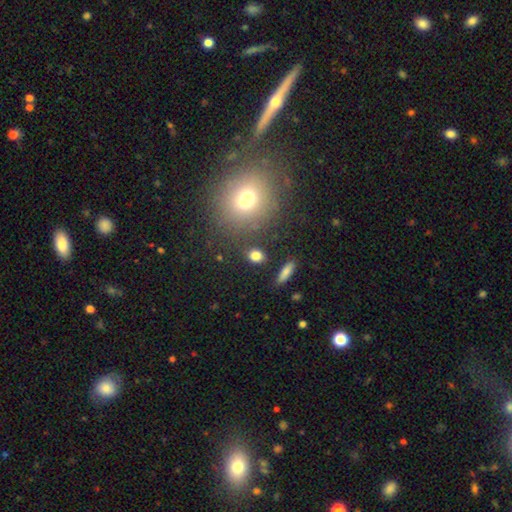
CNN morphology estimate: The model was most divided on "how rounded": round: 53%, in between: 43%, cigar-shaped: 5%. More confident: merging — none (82%); smooth or featured — smooth (80%).